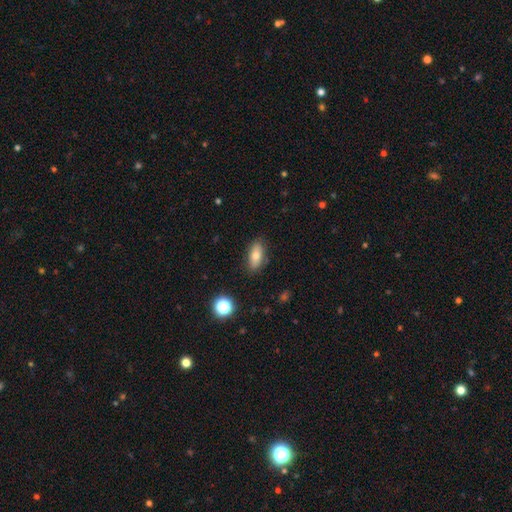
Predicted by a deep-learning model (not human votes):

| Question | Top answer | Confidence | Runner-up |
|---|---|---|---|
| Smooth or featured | smooth | 73% | featured or disk (18%) |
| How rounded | in between | 83% | cigar-shaped (12%) |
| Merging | none | 84% | minor disturbance (12%) |